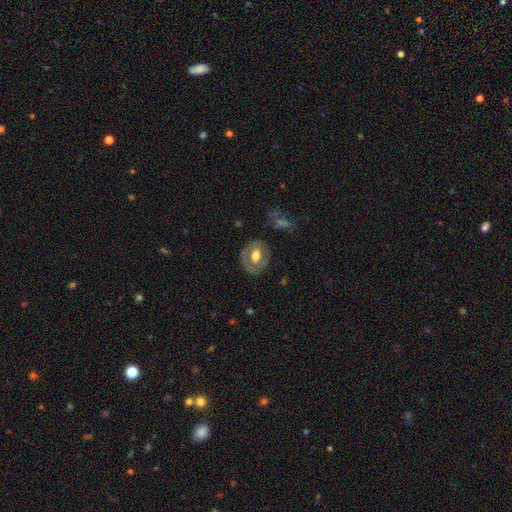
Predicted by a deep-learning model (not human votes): This is possibly a featured or disk galaxy (51%). It is clearly not viewed edge-on (93%). Merging: likely none (76%).